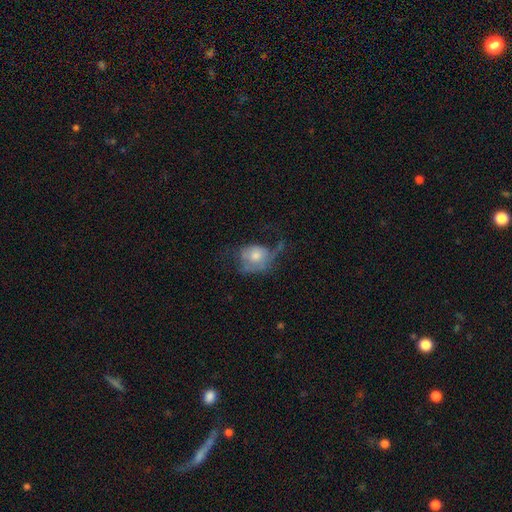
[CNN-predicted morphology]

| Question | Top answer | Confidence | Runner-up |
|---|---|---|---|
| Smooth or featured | smooth | 52% | featured or disk (40%) |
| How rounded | round | 56% | in between (43%) |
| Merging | major disturbance | 47% | none (26%) |